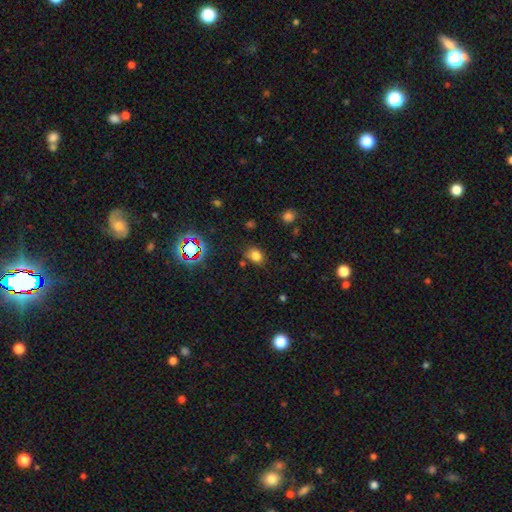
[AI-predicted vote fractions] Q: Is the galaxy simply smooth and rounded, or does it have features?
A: smooth — 76%.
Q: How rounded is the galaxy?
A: in between — 59%.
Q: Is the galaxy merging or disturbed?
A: none — 75%.